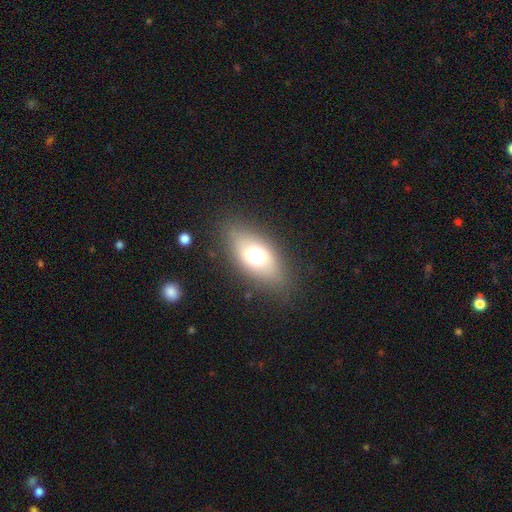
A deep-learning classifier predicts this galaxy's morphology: The model was most divided on "smooth or featured": smooth: 63%, featured or disk: 25%, star or artifact: 12%. More confident: merging — none (81%); how rounded — in between (80%).